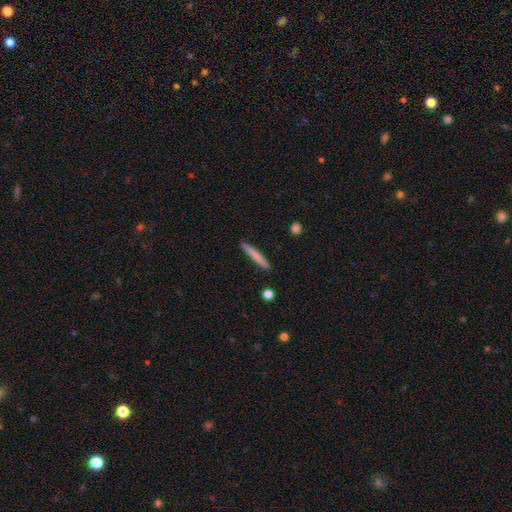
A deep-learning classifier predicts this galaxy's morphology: This is likely a smooth galaxy (73%). How rounded: clearly cigar-shaped (96%). Merging: clearly none (91%).